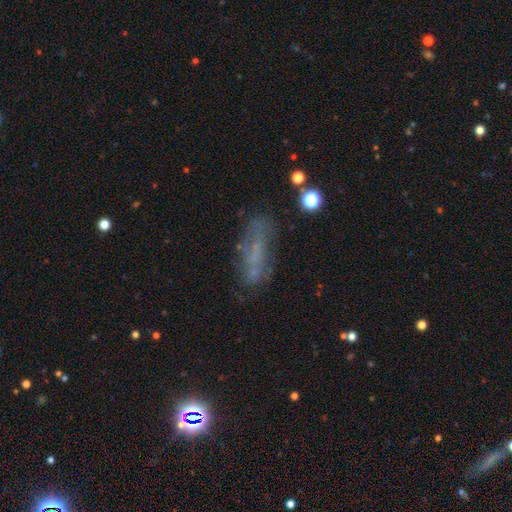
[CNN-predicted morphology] This appears to be a smooth galaxy with no disk features (42%). Merging: none (61%).